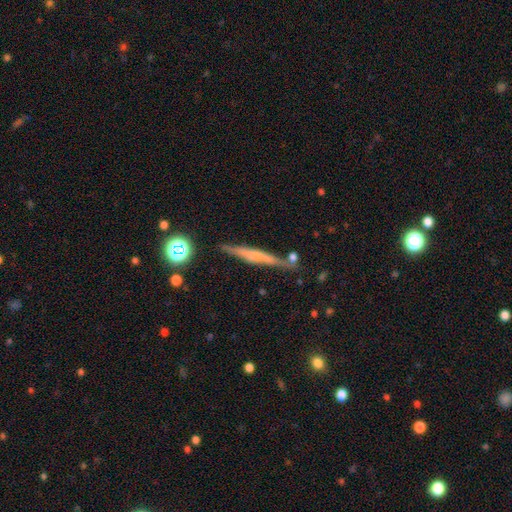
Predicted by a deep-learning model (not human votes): Smooth or featured? Predicted: featured or disk (p=0.56). Edge-on disk? Predicted: yes (p=0.96). Edge-on bulge? Predicted: none (p=0.43). Merging? Predicted: none (p=0.81).